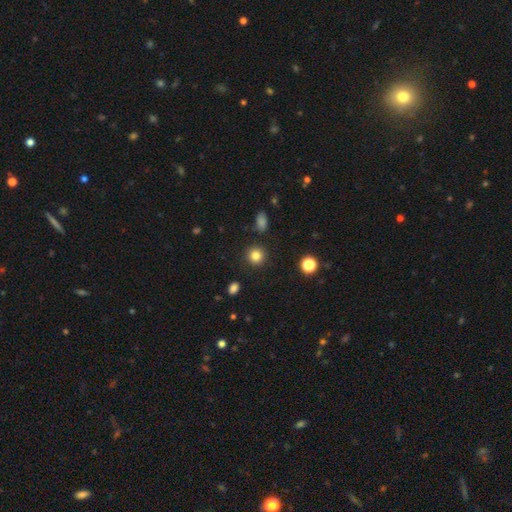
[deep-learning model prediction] smooth-or-featured: smooth: 83% | star or artifact: 11% | featured or disk: 5%
  how-rounded: round: 92% | in between: 7% | cigar-shaped: 1%
  merging: none: 90% | minor disturbance: 6% | major disturbance: 2% | merger: 2%